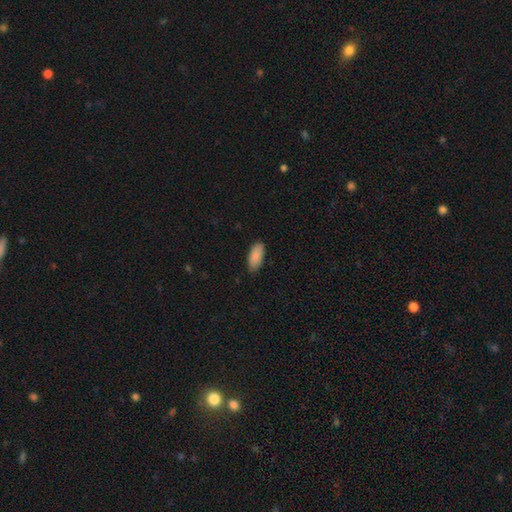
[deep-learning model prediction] Morphology: type=smooth (89%); roundness=in between (88%); merging=none (85%).